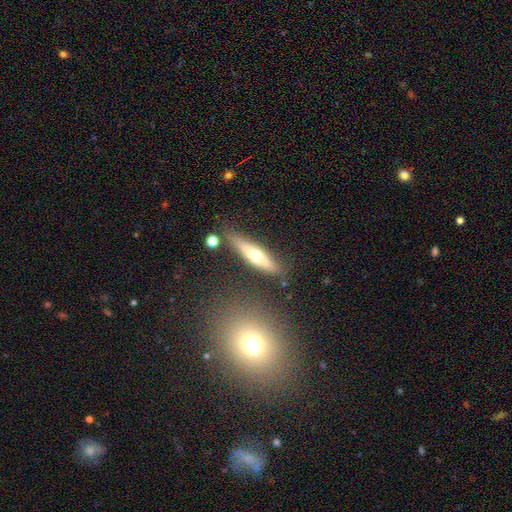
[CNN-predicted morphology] Smooth or featured: featured or disk — 47% (smooth — 46%)
Merging: none — 80% (minor disturbance — 12%)